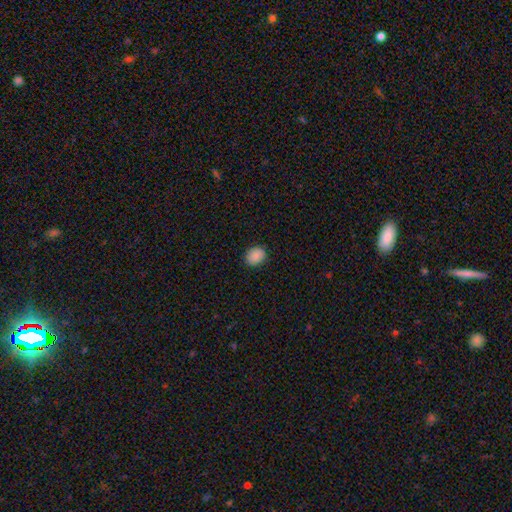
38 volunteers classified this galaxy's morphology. Smooth or featured: smooth — 92% (star or artifact — 8%)
How rounded: round — 51% (in between — 49%)
Merging: none — 80% (minor disturbance — 17%)